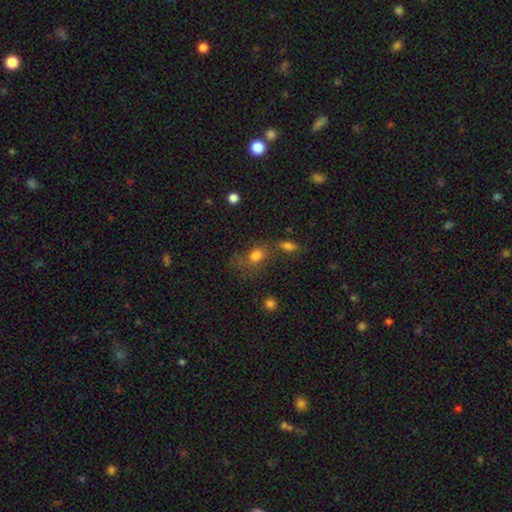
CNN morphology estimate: This appears to be a smooth galaxy with no disk features (76%) that is in between round and cigar-shaped (63%). Merging: none (45%).